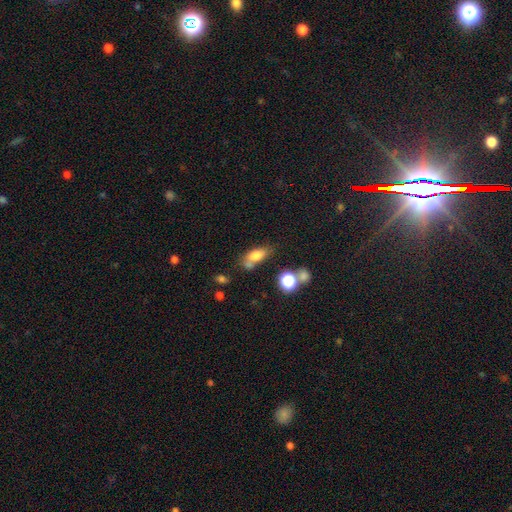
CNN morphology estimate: A smooth galaxy with no disk features (73%) that is in between round and cigar-shaped (76%).

Vote fractions:
- Smooth or featured? smooth: 73% / featured or disk: 15% / star or artifact: 12%
- How rounded? in between: 76% / cigar-shaped: 13% / round: 10%
- Merging? none: 42% / merger: 26% / minor disturbance: 21% / major disturbance: 11%